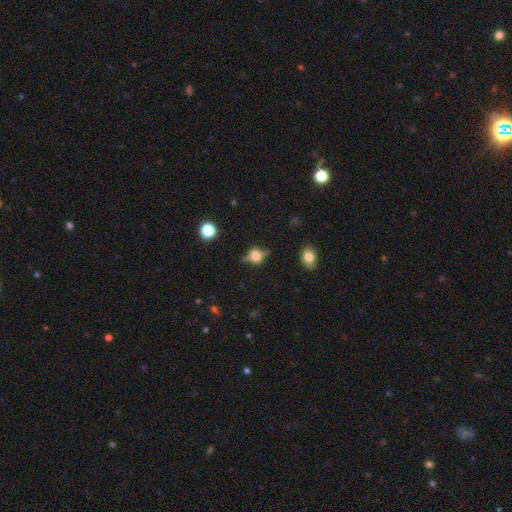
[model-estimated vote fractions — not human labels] The model was most divided on "smooth or featured": featured or disk: 56%, smooth: 30%, star or artifact: 14%. More confident: edge-on bulge — rounded (93%); edge-on disk — yes (90%); merging — none (75%).